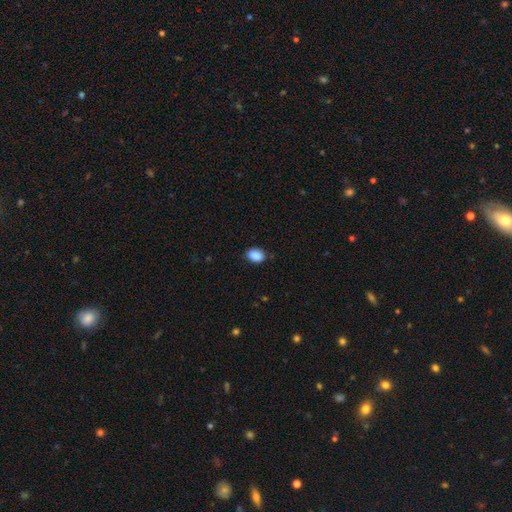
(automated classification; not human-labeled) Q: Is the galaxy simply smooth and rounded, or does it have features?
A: smooth — 89%.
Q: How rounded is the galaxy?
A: in between — 78%.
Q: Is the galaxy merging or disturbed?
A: none — 82%.